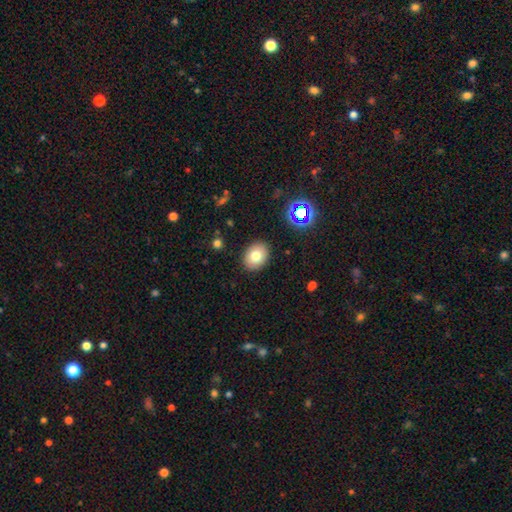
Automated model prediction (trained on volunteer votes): Smooth or featured: smooth — 77% (featured or disk — 12%)
How rounded: in between — 56% (round — 43%)
Merging: none — 89% (minor disturbance — 7%)